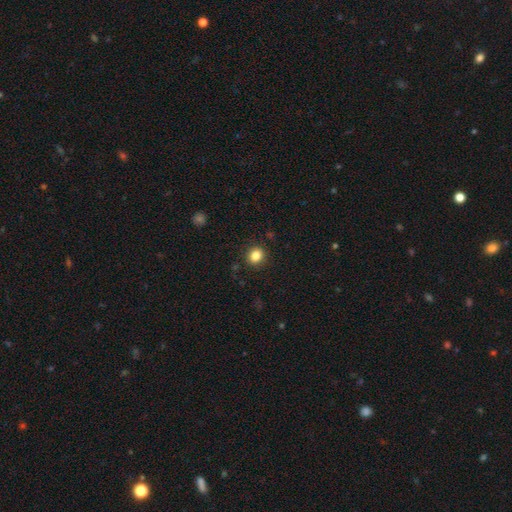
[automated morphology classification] Smooth or featured: smooth — 84% (star or artifact — 11%)
How rounded: round — 76% (in between — 23%)
Merging: none — 90% (minor disturbance — 6%)